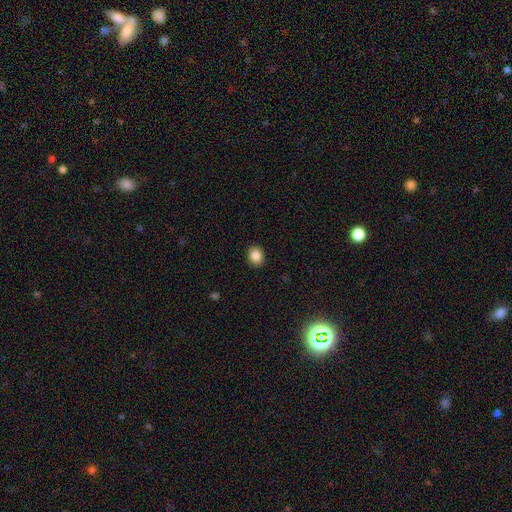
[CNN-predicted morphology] This appears to be a smooth galaxy with no disk features (85%) that is round (63%). Merging: none (91%).